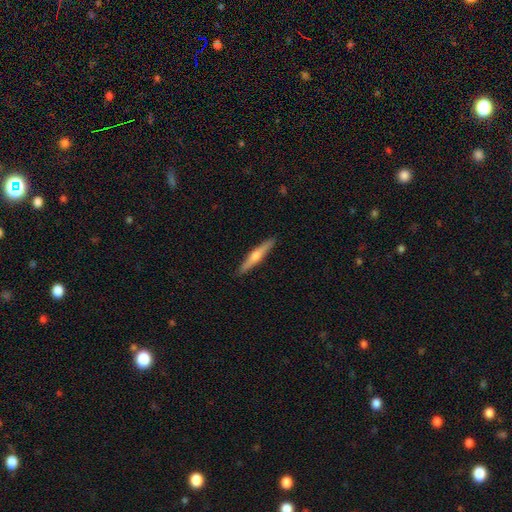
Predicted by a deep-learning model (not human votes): The model was most divided on "smooth or featured": featured or disk: 55%, smooth: 39%, star or artifact: 5%. More confident: edge-on disk — yes (97%); merging — none (92%); edge-on bulge — rounded (85%).